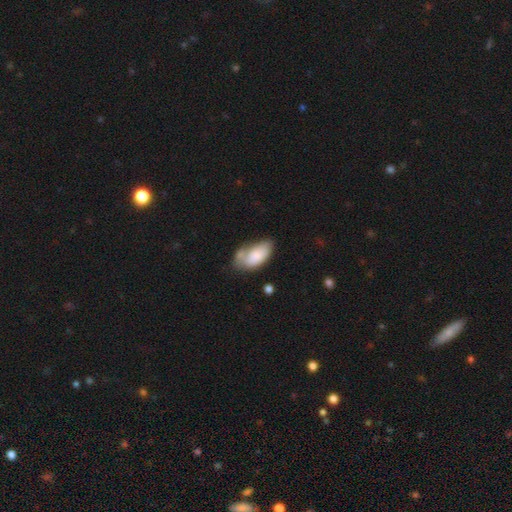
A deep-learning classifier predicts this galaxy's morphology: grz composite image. It shows a smooth galaxy with no disk features (77%) that is in between round and cigar-shaped (93%). Merging: none (39%).